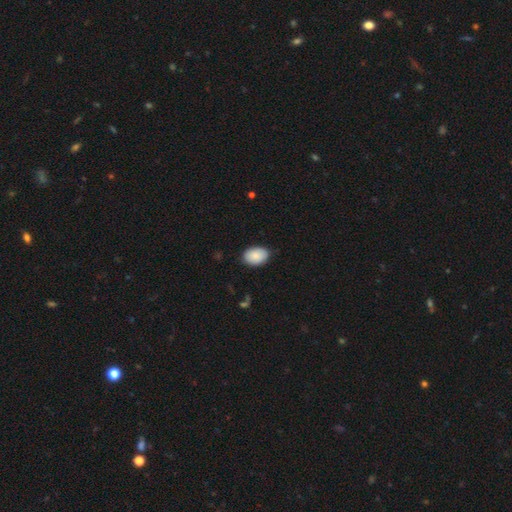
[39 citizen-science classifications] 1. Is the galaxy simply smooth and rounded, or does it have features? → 92% smooth, 5% featured or disk, 3% star or artifact.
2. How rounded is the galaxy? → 83% in between, 14% round, 3% cigar-shaped.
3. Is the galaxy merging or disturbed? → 79% none, 21% minor disturbance, 0% major disturbance, 0% merger.